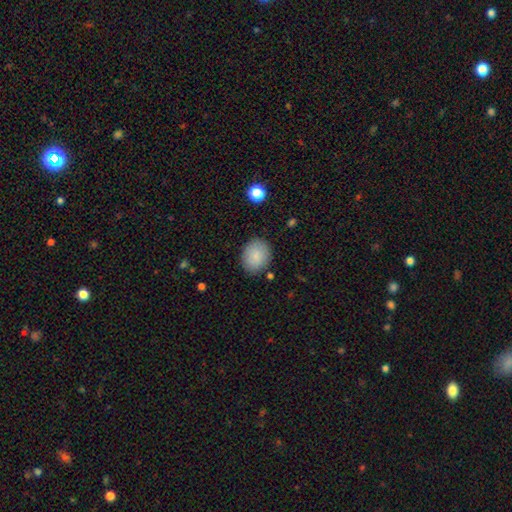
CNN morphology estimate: Smooth or featured?
  - smooth: 86% *
  - star or artifact: 8%
  - featured or disk: 6%
How rounded?
  - round: 56% *
  - in between: 43%
  - cigar-shaped: 1%
Merging?
  - none: 84% *
  - minor disturbance: 11%
  - major disturbance: 3%
  - merger: 2%